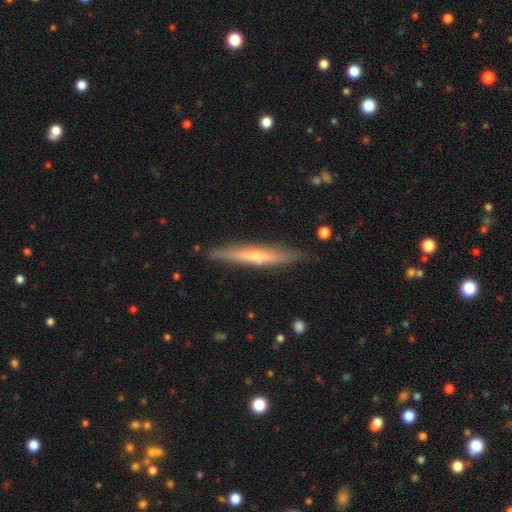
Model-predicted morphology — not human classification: Smooth or featured? Predicted: featured or disk (p=0.52). Edge-on disk? Predicted: yes (p=0.94). Merging? Predicted: none (p=0.86).